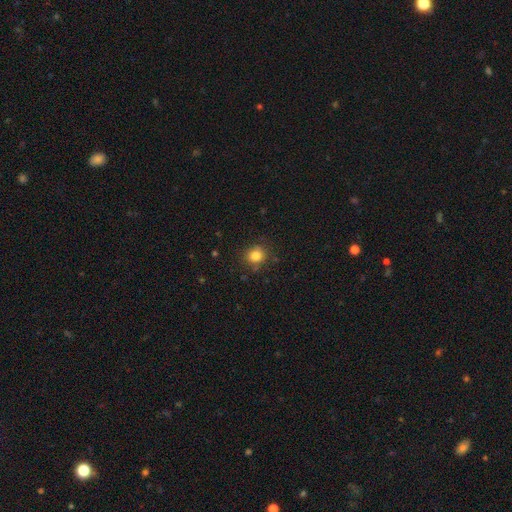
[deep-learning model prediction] Smooth or featured? Predicted: smooth (p=0.82). How rounded? Predicted: round (p=0.85). Merging? Predicted: none (p=0.83).